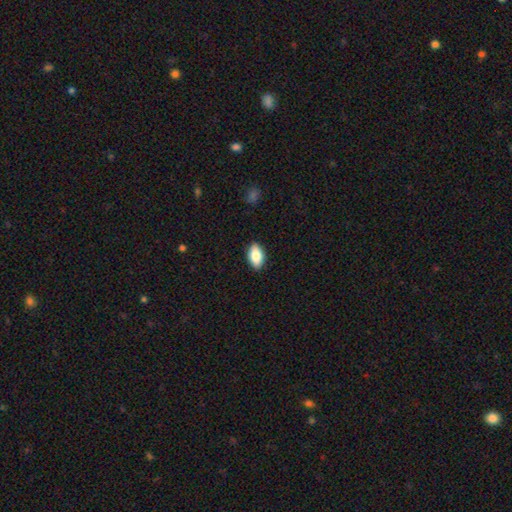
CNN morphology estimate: This appears to be a smooth galaxy with no disk features (83%) that is in between round and cigar-shaped (92%). Merging: none (89%).